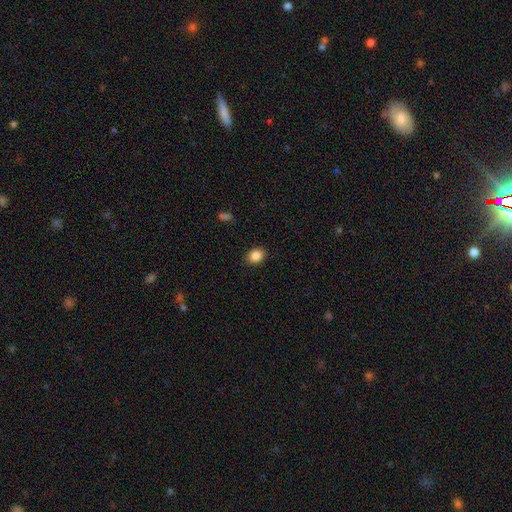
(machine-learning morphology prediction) This is clearly a smooth galaxy (86%). How rounded: possibly in between (54%). Merging: clearly none (88%).